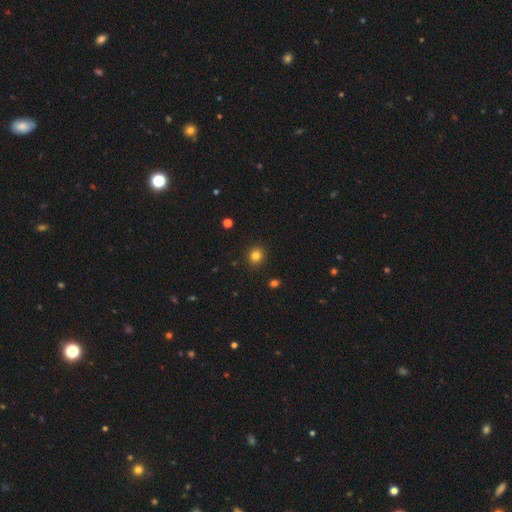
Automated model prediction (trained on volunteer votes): Smooth or featured? smooth (82%)
How rounded? round (88%)
Merging? none (91%)